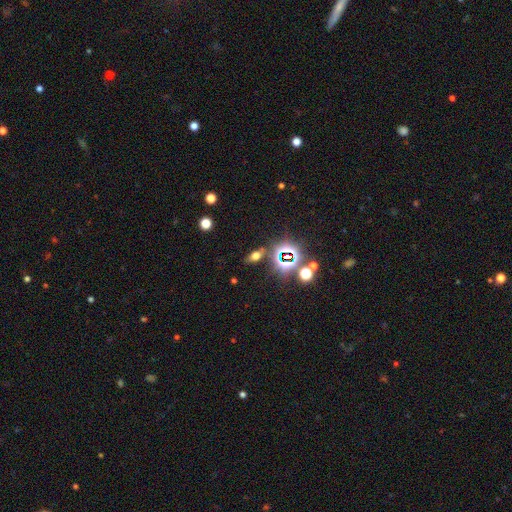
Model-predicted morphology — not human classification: Smooth or featured?
  - smooth: 50% *
  - star or artifact: 34%
  - featured or disk: 16%
Merging?
  - none: 79% *
  - minor disturbance: 10%
  - merger: 7%
  - major disturbance: 4%